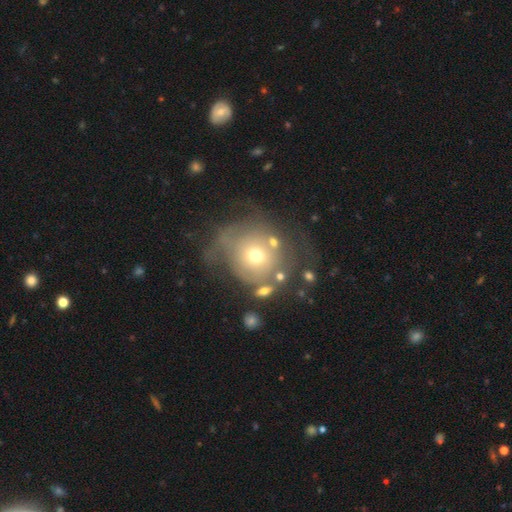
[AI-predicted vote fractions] Smooth or featured: smooth — 48% (featured or disk — 40%)
Merging: none — 40% (major disturbance — 29%)